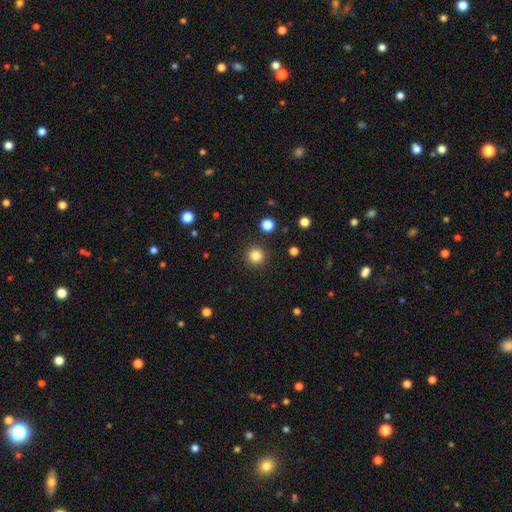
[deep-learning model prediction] A smooth galaxy with no disk features (82%) that is round (95%). Merging: none (92%).